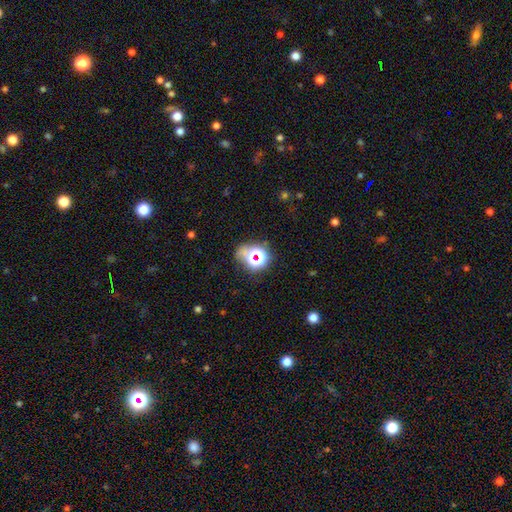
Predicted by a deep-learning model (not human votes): A star or artifact, not a galaxy (51%).

Vote fractions:
- Smooth or featured? star or artifact: 51% / smooth: 37% / featured or disk: 12%